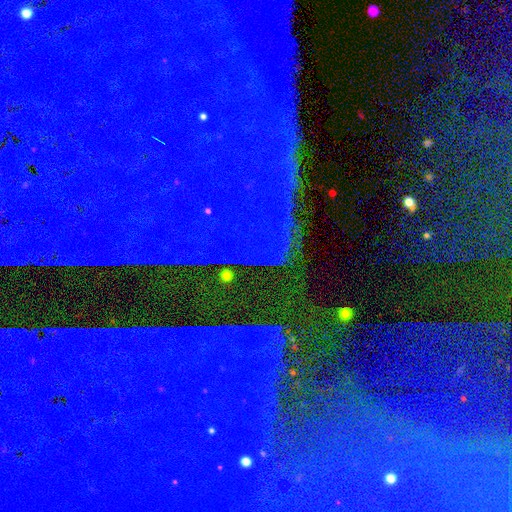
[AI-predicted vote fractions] Overall: star or artifact (82%).